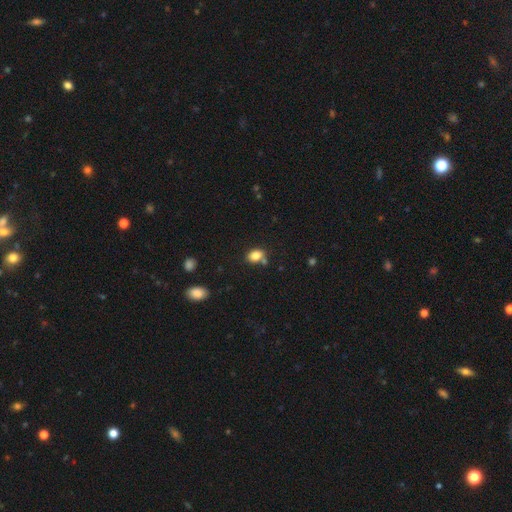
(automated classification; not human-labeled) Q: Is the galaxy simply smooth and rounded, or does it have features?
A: smooth — 83%.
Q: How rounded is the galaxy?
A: in between — 75%.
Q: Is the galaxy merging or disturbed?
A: none — 67%.